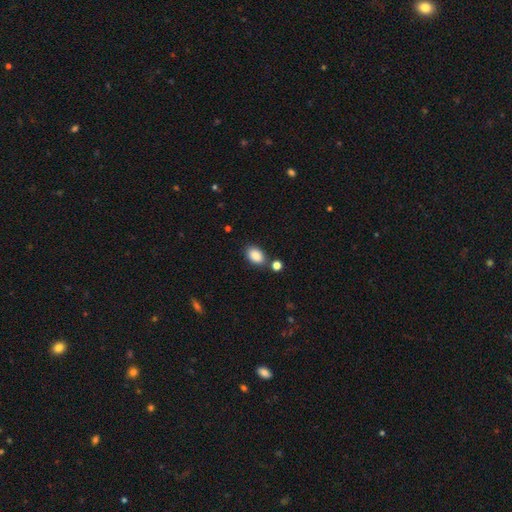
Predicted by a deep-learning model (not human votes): smooth_or_featured: smooth (p=0.88) [alt: star or artifact p=0.08]
how_rounded: in between (p=0.87) [alt: round p=0.11]
merging: none (p=0.73) [alt: minor disturbance p=0.13]